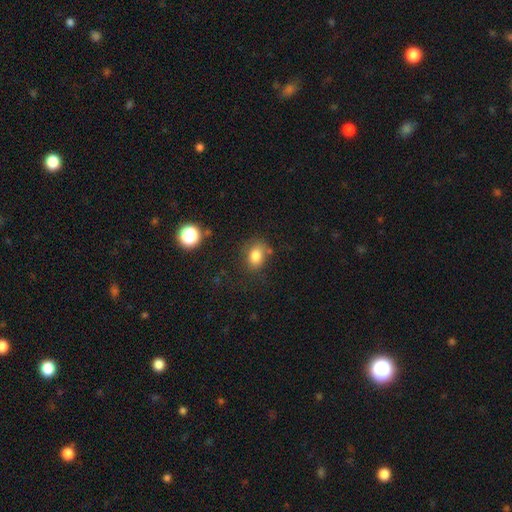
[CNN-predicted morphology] Smooth or featured? Predicted: smooth (p=0.81). How rounded? Predicted: in between (p=0.66). Merging? Predicted: none (p=0.68).